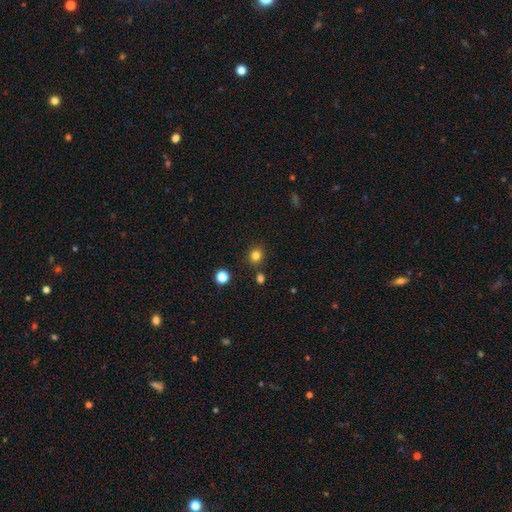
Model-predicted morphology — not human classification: A smooth galaxy with no disk features (82%) that is round (84%).

Vote fractions:
- Smooth or featured? smooth: 82% / star or artifact: 14% / featured or disk: 5%
- How rounded? round: 84% / in between: 15% / cigar-shaped: 1%
- Merging? none: 83% / minor disturbance: 8% / merger: 6% / major disturbance: 3%